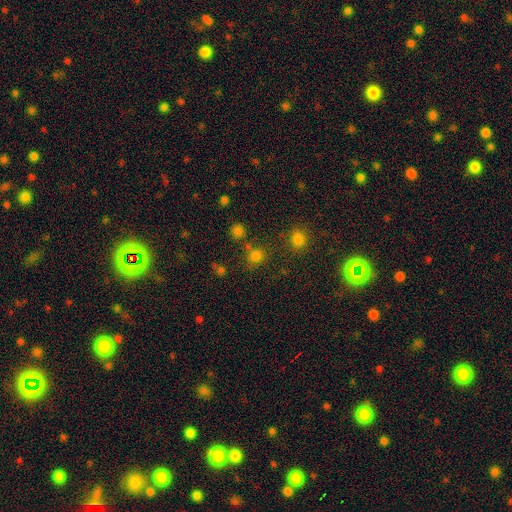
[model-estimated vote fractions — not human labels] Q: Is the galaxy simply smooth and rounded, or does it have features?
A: smooth — 75%.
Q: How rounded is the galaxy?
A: round — 85%.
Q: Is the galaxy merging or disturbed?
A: none — 72%.